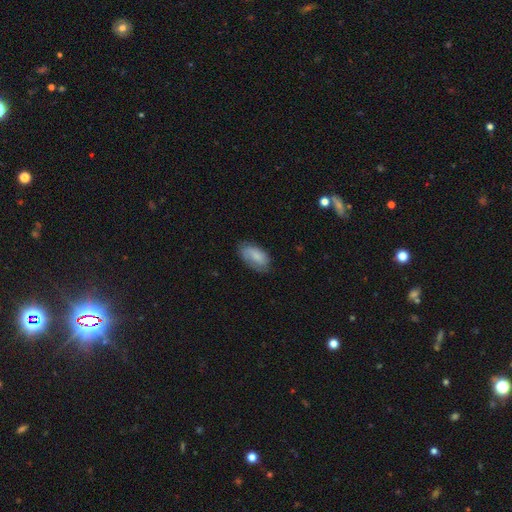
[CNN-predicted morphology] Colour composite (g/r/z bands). It shows a smooth galaxy with no disk features (76%) that is in between round and cigar-shaped (93%). Merging: none (65%).